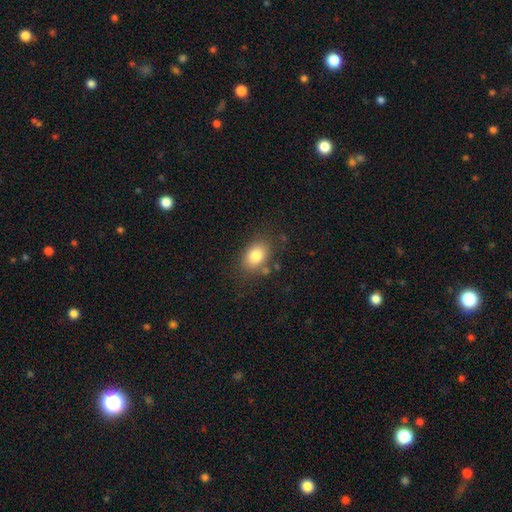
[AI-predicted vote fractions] The model was most divided on "how rounded": in between: 77%, round: 22%, cigar-shaped: 1%. More confident: smooth or featured — smooth (81%); merging — none (77%).